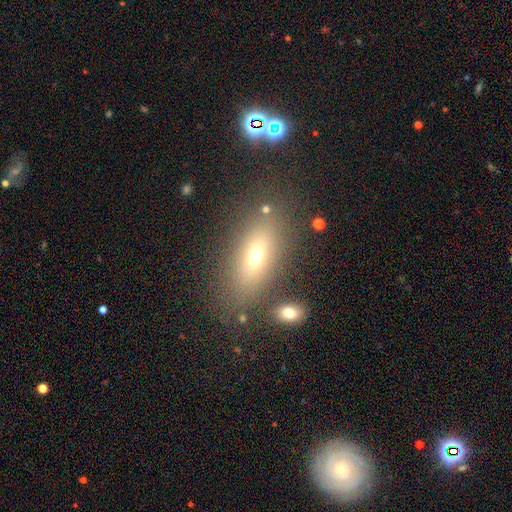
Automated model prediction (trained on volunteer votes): smooth 63%, featured or disk 22%, star or artifact 16%. Down the decision tree: how rounded — in between (76%); merging — none (77%).